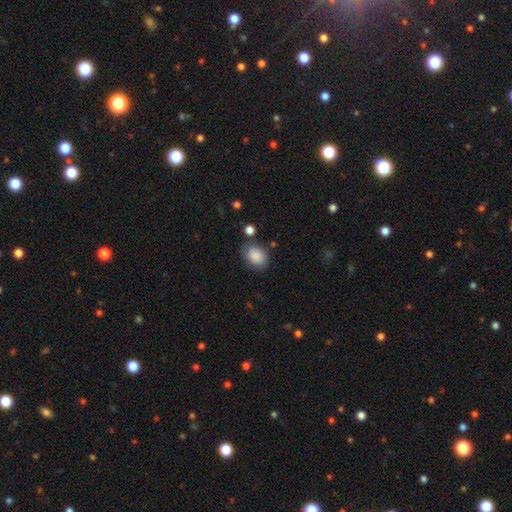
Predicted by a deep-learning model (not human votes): smooth-or-featured: smooth: 86% | star or artifact: 8% | featured or disk: 6%
  how-rounded: in between: 64% | round: 35% | cigar-shaped: 1%
  merging: none: 70% | minor disturbance: 20% | major disturbance: 6% | merger: 5%